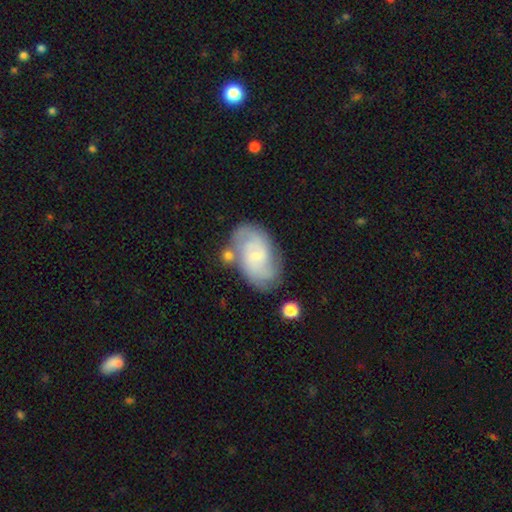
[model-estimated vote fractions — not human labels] Smooth or featured? featured or disk (68%)
Edge-on disk? no (97%)
Bar? weak (47%)
Spiral arms? yes (90%)
Spiral winding? medium (45%)
Spiral arm count? 2 (61%)
Bulge size? small (71%)
Merging? none (61%)